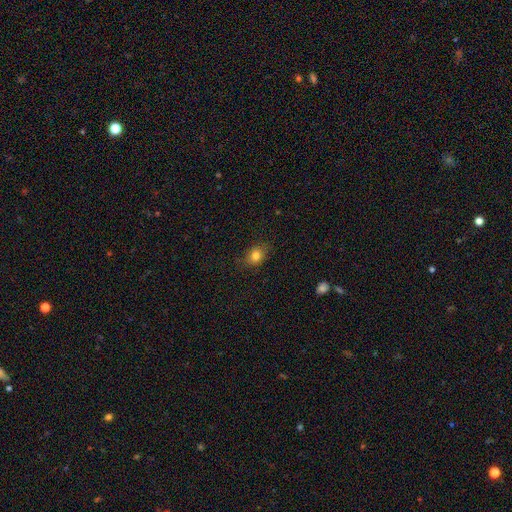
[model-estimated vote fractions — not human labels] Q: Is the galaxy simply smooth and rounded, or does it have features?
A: smooth — 80%.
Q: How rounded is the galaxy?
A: in between — 50%.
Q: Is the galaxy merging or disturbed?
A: none — 79%.